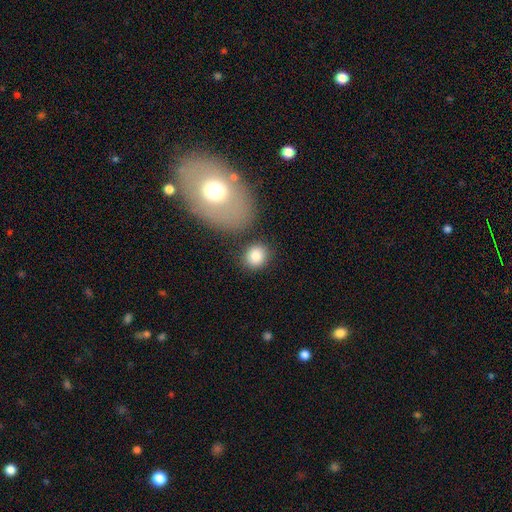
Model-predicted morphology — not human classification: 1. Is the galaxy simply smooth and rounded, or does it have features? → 84% smooth, 9% star or artifact, 7% featured or disk.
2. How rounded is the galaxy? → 72% round, 27% in between, 1% cigar-shaped.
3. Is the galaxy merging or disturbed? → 78% none, 10% minor disturbance, 8% merger, 4% major disturbance.